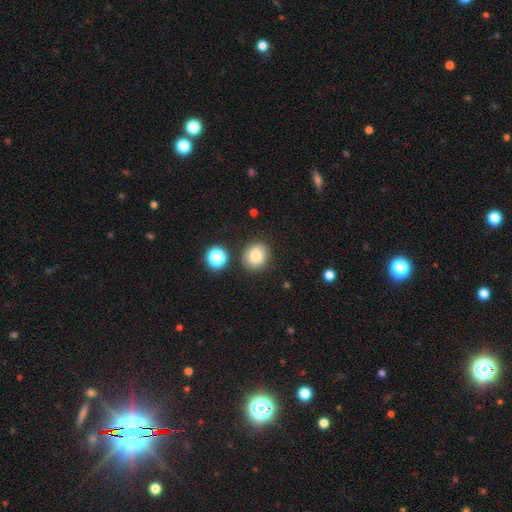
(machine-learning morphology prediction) smooth-or-featured: smooth: 81% | star or artifact: 11% | featured or disk: 7%
  how-rounded: round: 81% | in between: 18% | cigar-shaped: 1%
  merging: none: 83% | minor disturbance: 10% | merger: 4% | major disturbance: 3%